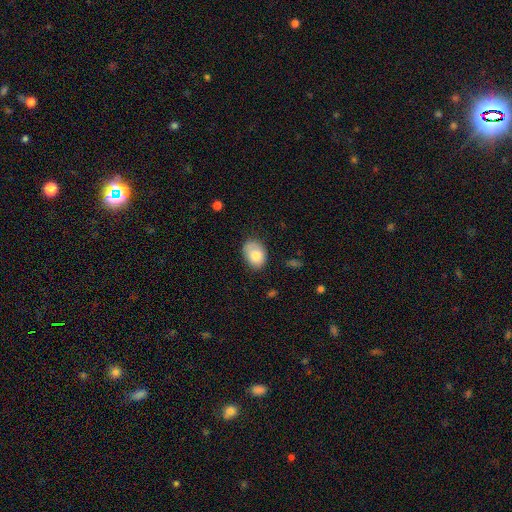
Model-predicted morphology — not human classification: Smooth or featured? Predicted: smooth (p=0.80). How rounded? Predicted: in between (p=0.75). Merging? Predicted: none (p=0.68).